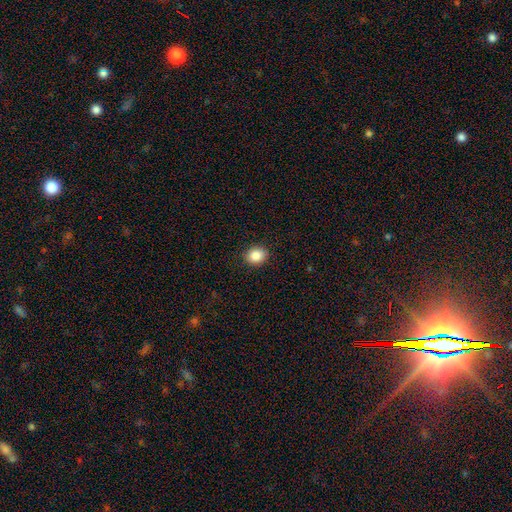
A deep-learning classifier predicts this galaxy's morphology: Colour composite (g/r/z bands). It shows a smooth galaxy with no disk features (87%) that is round (63%). Merging: none (90%).